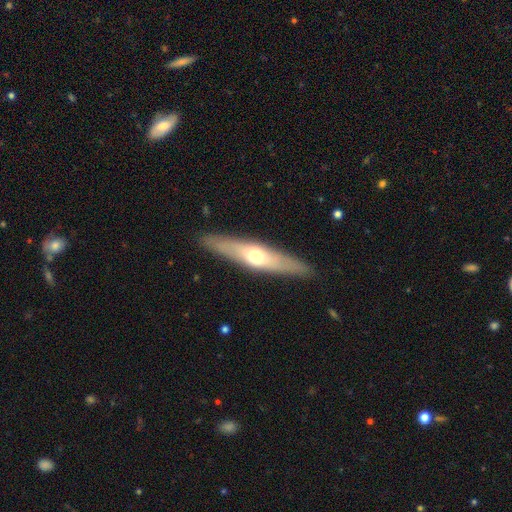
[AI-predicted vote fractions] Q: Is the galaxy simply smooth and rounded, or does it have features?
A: featured or disk — 51%.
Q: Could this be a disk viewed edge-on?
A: yes — 80%.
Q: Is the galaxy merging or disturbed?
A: none — 89%.